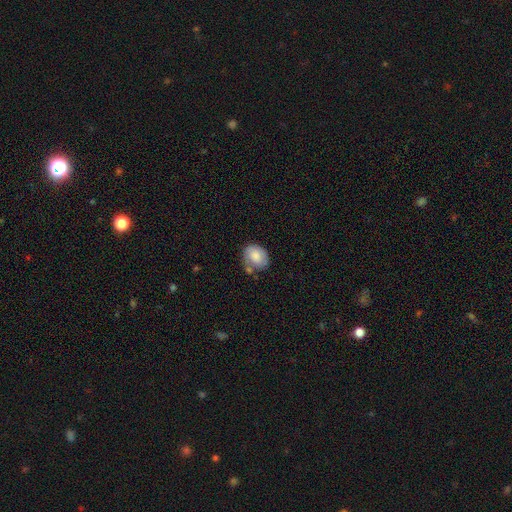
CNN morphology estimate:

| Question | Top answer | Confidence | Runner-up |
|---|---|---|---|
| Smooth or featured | smooth | 73% | featured or disk (20%) |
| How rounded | in between | 59% | round (40%) |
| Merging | none | 50% | minor disturbance (28%) |